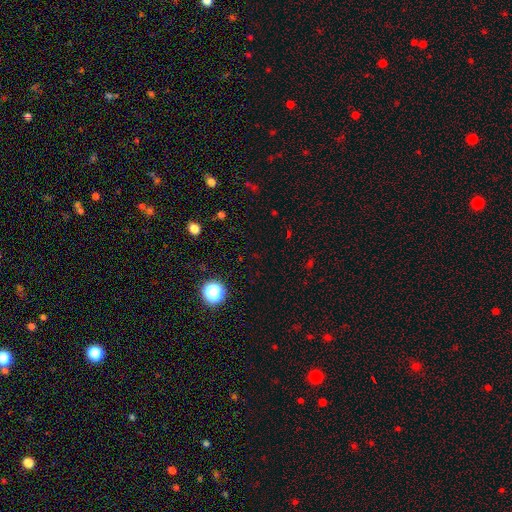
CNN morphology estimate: A star or artifact, not a galaxy (60%).

Vote fractions:
- Smooth or featured? star or artifact: 60% / smooth: 33% / featured or disk: 7%